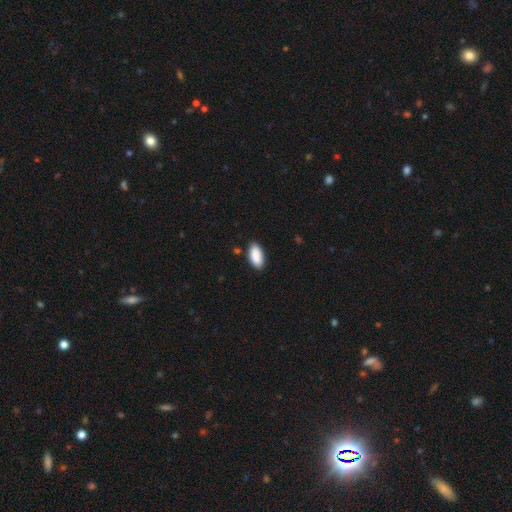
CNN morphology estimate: smooth_or_featured: smooth (p=0.90) [alt: star or artifact p=0.06]
how_rounded: in between (p=0.92) [alt: cigar-shaped p=0.06]
merging: none (p=0.85) [alt: minor disturbance p=0.11]